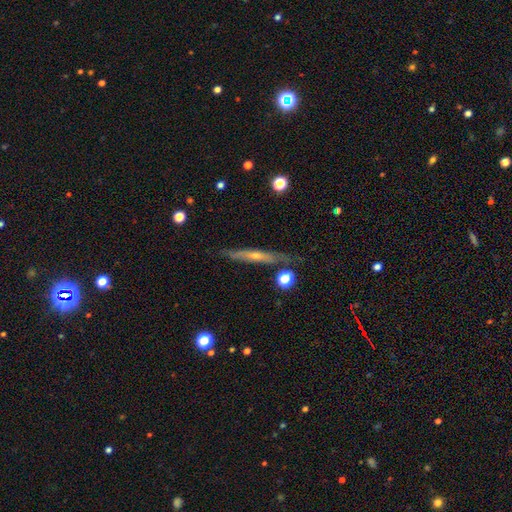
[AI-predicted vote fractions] Smooth or featured? featured or disk (64%)
Edge-on disk? yes (91%)
Edge-on bulge? rounded (61%)
Merging? none (81%)